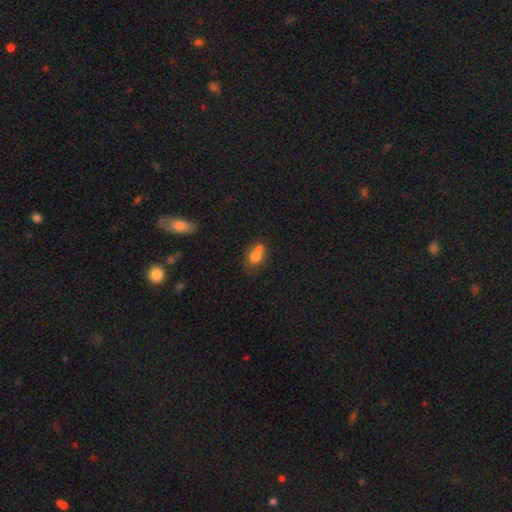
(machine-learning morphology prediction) Overall: smooth (73%). How rounded: round (59%; in between 40%). Merging: merger (53%; none 32%).